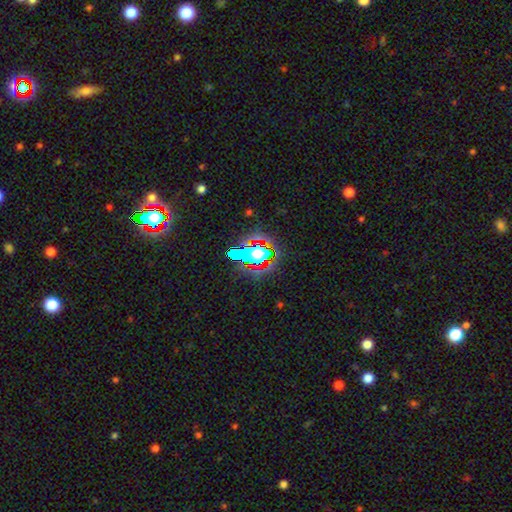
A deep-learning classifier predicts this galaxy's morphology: Smooth or featured? star or artifact (45%)